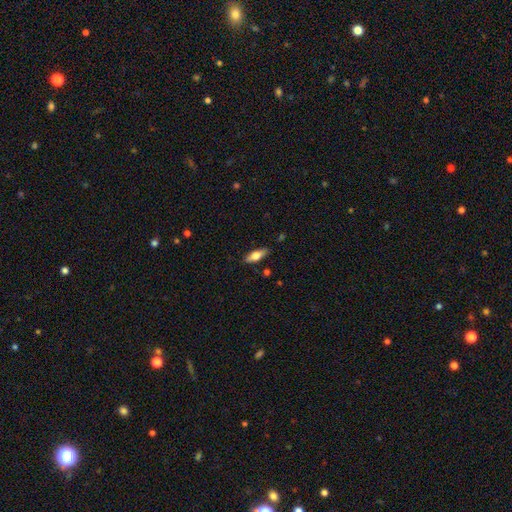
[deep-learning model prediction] The model was most divided on "smooth or featured": smooth: 64%, featured or disk: 30%, star or artifact: 6%. More confident: merging — none (85%); how rounded — in between (66%).